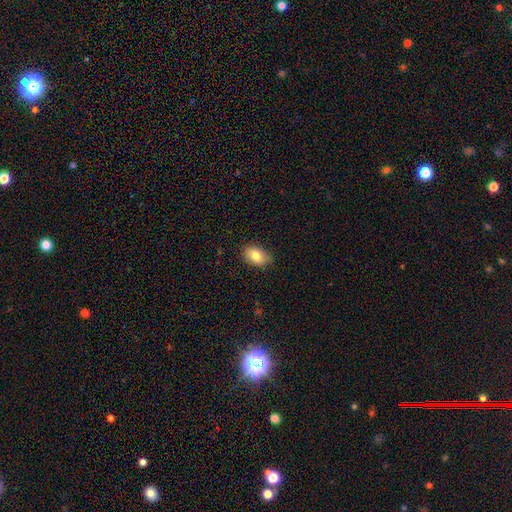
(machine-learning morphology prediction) The model was most divided on "merging": none: 82%, minor disturbance: 14%, major disturbance: 2%, merger: 1%. More confident: how rounded — in between (87%); smooth or featured — smooth (83%).